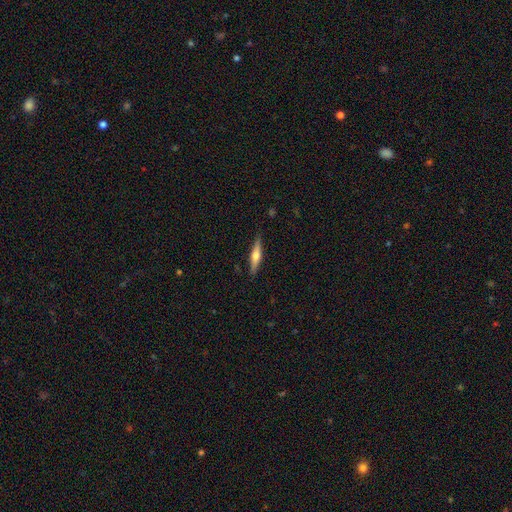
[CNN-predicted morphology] Smooth or featured: featured or disk — 60% (smooth — 35%)
Edge-on disk: yes — 96% (no — 4%)
Edge-on bulge: rounded — 91% (boxy — 5%)
Merging: none — 88% (minor disturbance — 9%)